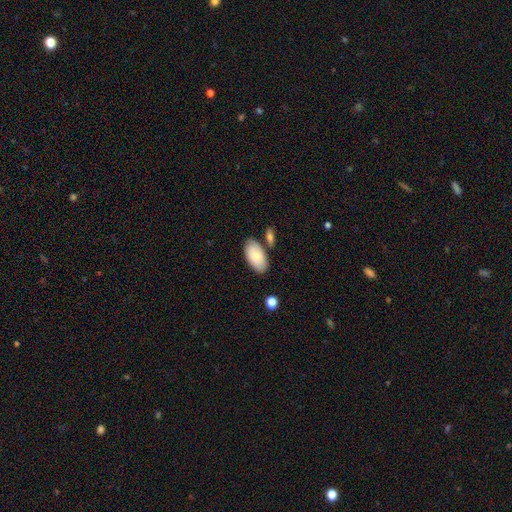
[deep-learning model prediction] Smooth or featured? smooth (80%)
How rounded? in between (96%)
Merging? none (75%)